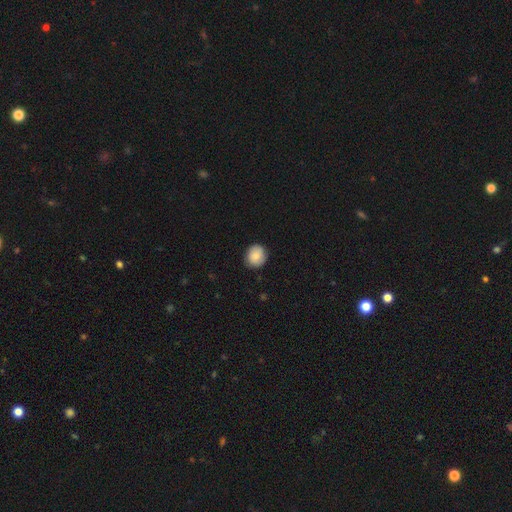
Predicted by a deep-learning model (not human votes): Smooth or featured: smooth — 84% (featured or disk — 9%)
How rounded: round — 81% (in between — 18%)
Merging: none — 86% (minor disturbance — 11%)